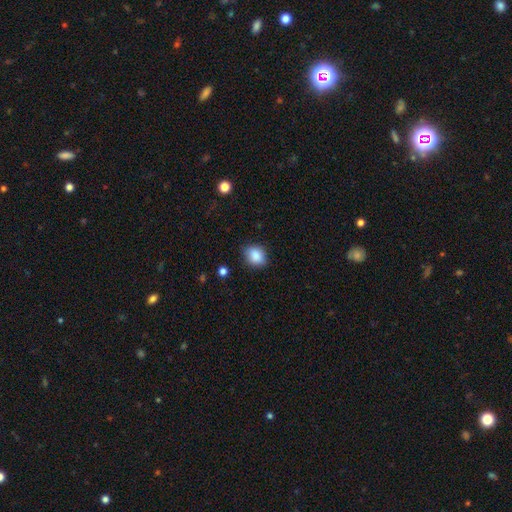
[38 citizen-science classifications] Overall: smooth (95%). How rounded: round (64%; in between 36%). Merging: none (71%).